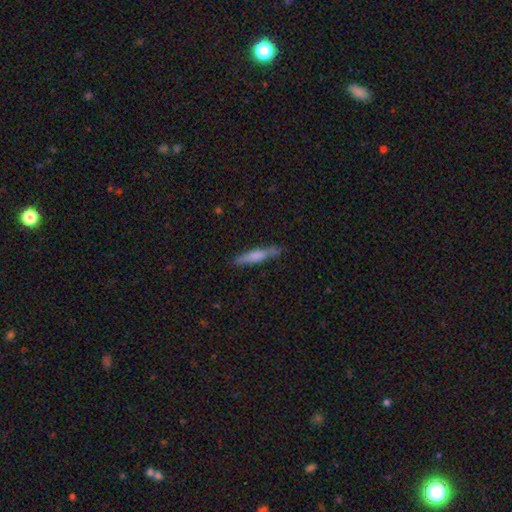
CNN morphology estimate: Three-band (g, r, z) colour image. It shows a smooth galaxy with no disk features (62%) that is cigar-shaped (88%). Merging: none (80%).